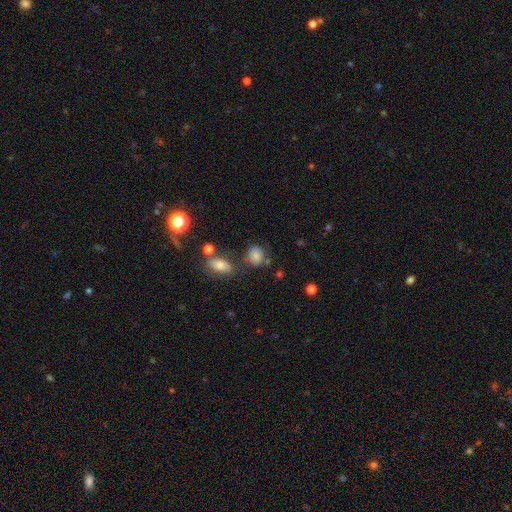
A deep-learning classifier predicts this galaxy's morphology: type=smooth (80%); roundness=round (65%); merging=none (64%).